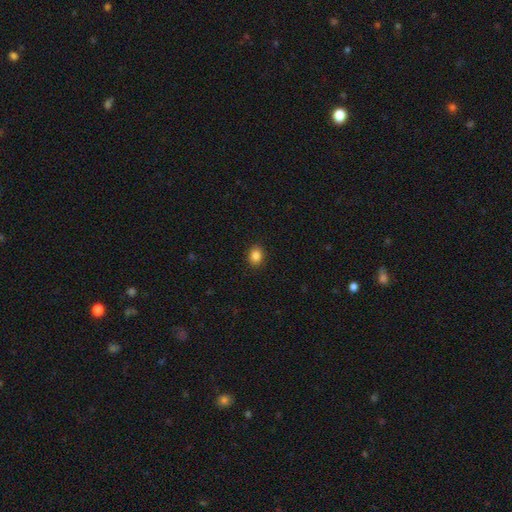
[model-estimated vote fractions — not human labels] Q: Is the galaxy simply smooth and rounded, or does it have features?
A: smooth — 87%.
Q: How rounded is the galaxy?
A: in between — 53%.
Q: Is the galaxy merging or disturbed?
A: none — 90%.